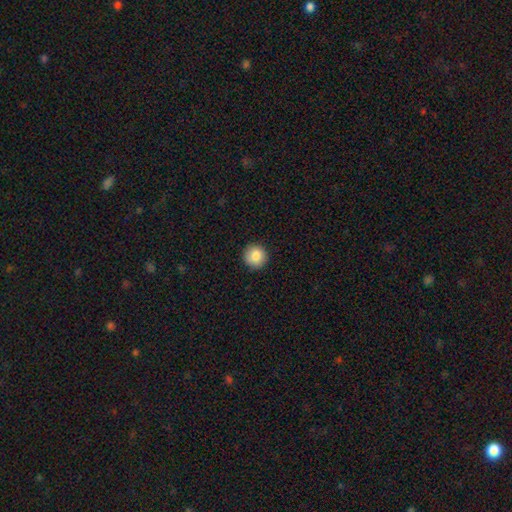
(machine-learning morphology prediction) A smooth galaxy with no disk features (85%) that is round (95%).

Vote fractions:
- Smooth or featured? smooth: 85% / star or artifact: 8% / featured or disk: 7%
- How rounded? round: 95% / in between: 4% / cigar-shaped: 1%
- Merging? none: 92% / minor disturbance: 6% / major disturbance: 2% / merger: 1%